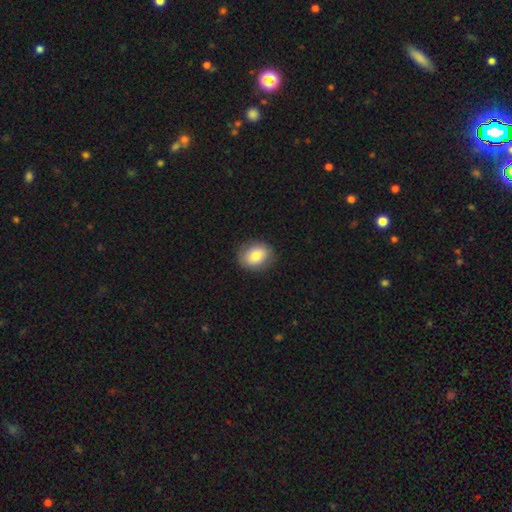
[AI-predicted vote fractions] smooth 82%, featured or disk 10%, star or artifact 8%. Down the decision tree: how rounded — in between (55%); merging — none (86%).